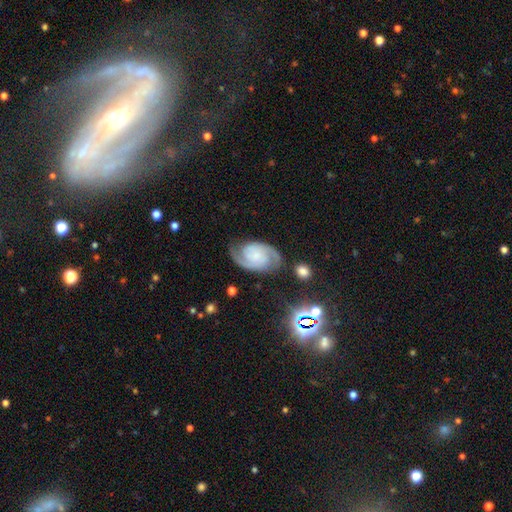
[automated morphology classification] A featured or disk galaxy (86%) with no bar (65%), 2 (90%) medium (46%) spiral arms (98%) and a small central bulge (53%). Merging: none (75%).